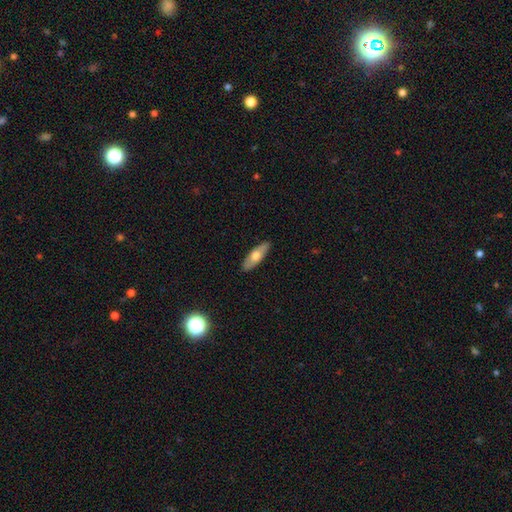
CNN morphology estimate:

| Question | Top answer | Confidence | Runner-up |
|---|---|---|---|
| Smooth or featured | smooth | 59% | featured or disk (35%) |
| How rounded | in between | 59% | cigar-shaped (38%) |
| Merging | none | 89% | minor disturbance (8%) |